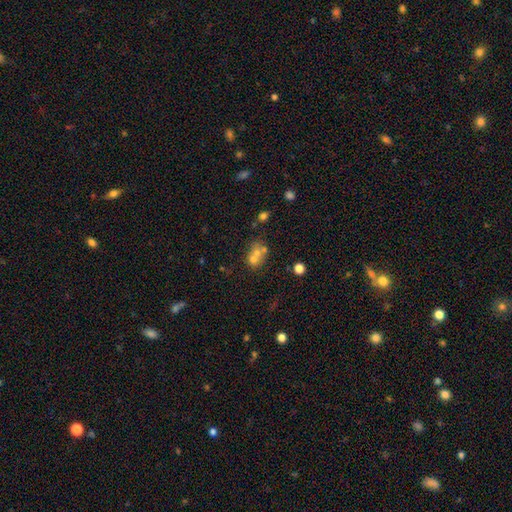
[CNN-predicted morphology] This is likely a smooth galaxy (61%). How rounded: possibly round (59%). Merging: possibly merger (59%).